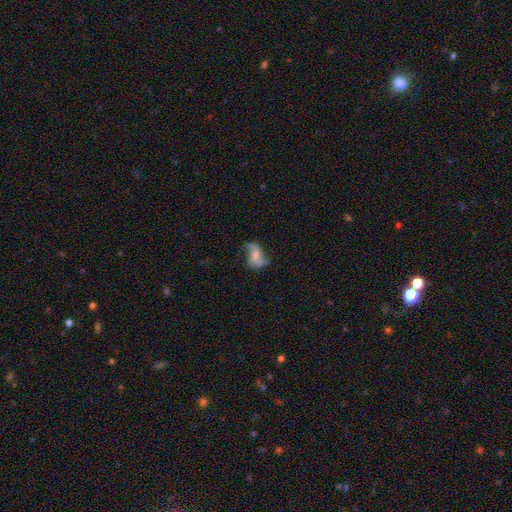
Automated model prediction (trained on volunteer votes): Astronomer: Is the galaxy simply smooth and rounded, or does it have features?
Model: featured or disk — 70%.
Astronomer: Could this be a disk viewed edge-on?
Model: no — 97%.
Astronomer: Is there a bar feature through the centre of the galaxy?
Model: no — 53% (runner-up: weak, 35%).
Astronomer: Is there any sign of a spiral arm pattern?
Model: yes — 87%.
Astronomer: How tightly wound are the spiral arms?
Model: loose — 76%.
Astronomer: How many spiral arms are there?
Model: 2 — 83%.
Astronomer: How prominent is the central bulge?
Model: small — 47% (runner-up: moderate, 36%).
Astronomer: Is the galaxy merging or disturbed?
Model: none — 53%.